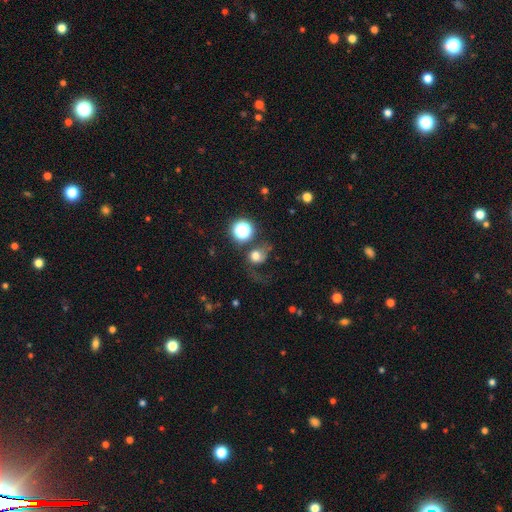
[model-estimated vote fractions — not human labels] A smooth galaxy with no disk features (61%) that is round (72%).

Vote fractions:
- Smooth or featured? smooth: 61% / featured or disk: 22% / star or artifact: 17%
- How rounded? round: 72% / in between: 27% / cigar-shaped: 1%
- Merging? major disturbance: 42% / none: 30% / minor disturbance: 18% / merger: 10%